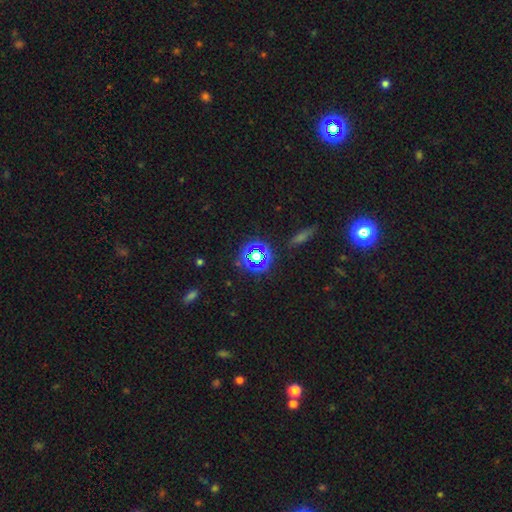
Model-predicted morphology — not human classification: A star or artifact, not a galaxy (65%).